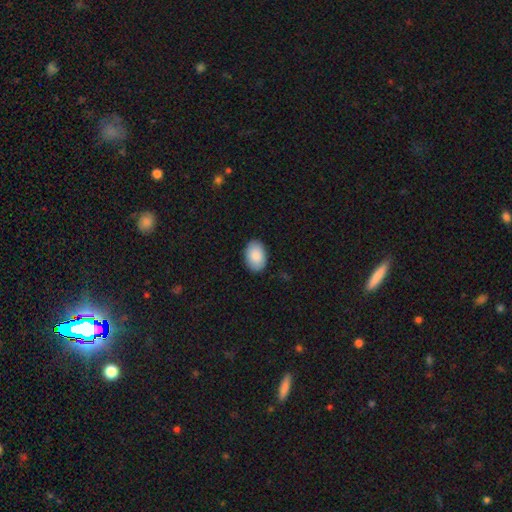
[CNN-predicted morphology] A smooth galaxy with no disk features (89%) that is in between round and cigar-shaped (89%). Merging: none (89%).